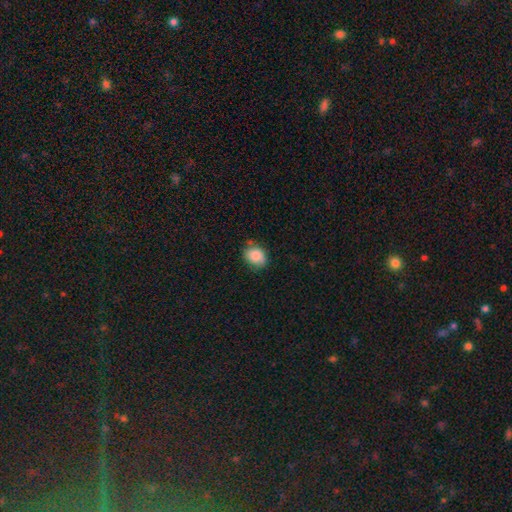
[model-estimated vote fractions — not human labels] The model was most divided on "how rounded": round: 52%, in between: 47%, cigar-shaped: 1%. More confident: smooth or featured — smooth (82%); merging — none (66%).